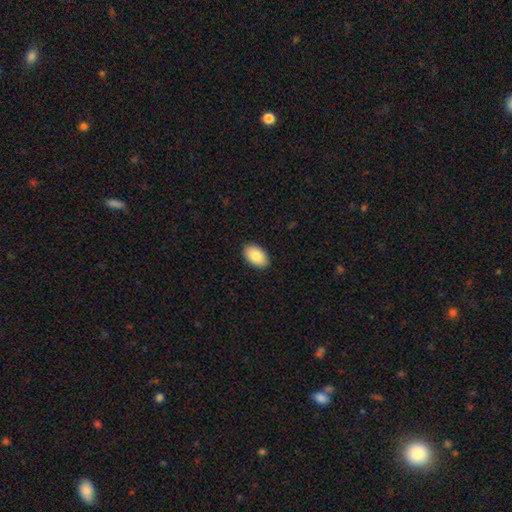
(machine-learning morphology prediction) The model was most divided on "smooth or featured": smooth: 86%, featured or disk: 8%, star or artifact: 6%. More confident: how rounded — in between (93%); merging — none (90%).